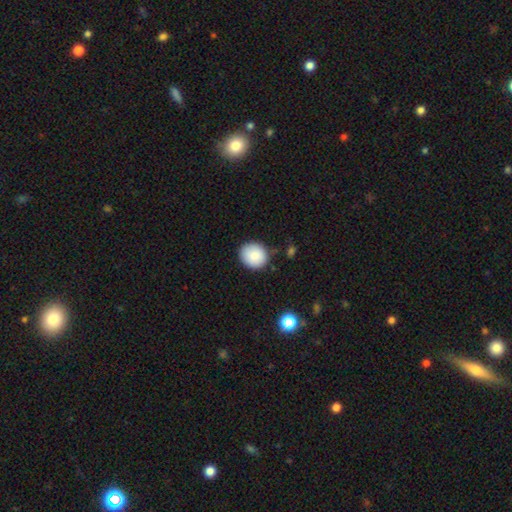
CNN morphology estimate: The model was most divided on "how rounded": round: 82%, in between: 17%, cigar-shaped: 1%. More confident: smooth or featured — smooth (86%); merging — none (84%).